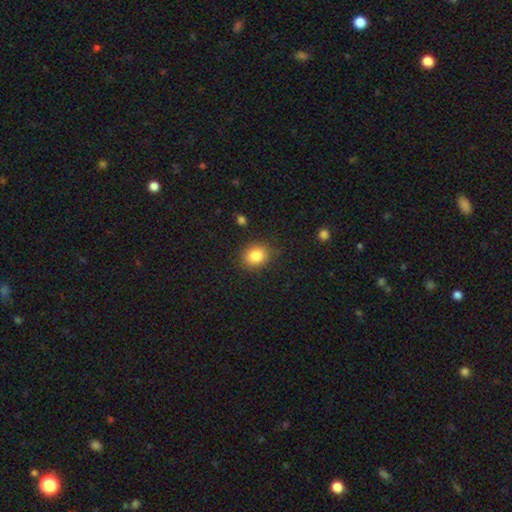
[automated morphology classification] smooth_or_featured: smooth (p=0.85) [alt: star or artifact p=0.09]
how_rounded: round (p=0.59) [alt: in between p=0.40]
merging: none (p=0.84) [alt: minor disturbance p=0.11]